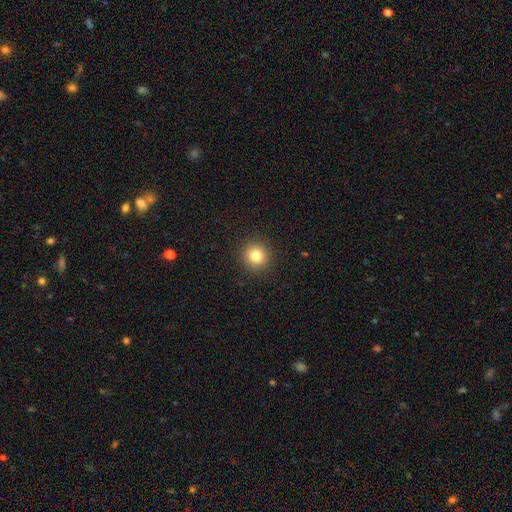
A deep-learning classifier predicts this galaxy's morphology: smooth-or-featured: smooth: 82% | star or artifact: 12% | featured or disk: 6%
  how-rounded: round: 94% | in between: 5% | cigar-shaped: 1%
  merging: none: 92% | minor disturbance: 5% | major disturbance: 2% | merger: 1%